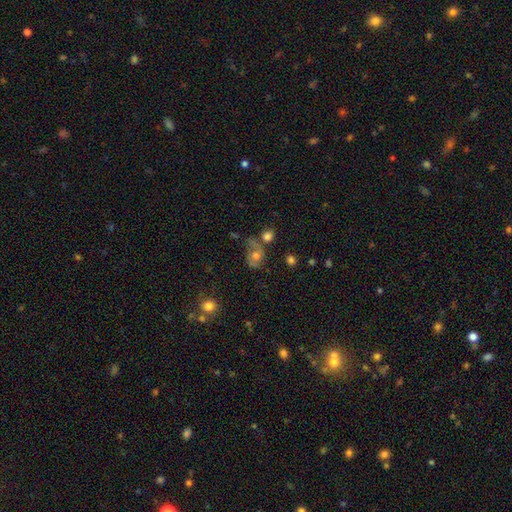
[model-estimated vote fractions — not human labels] Smooth or featured?
  - smooth: 45% *
  - featured or disk: 39%
  - star or artifact: 16%
Merging?
  - none: 41% *
  - minor disturbance: 23%
  - major disturbance: 19%
  - merger: 17%